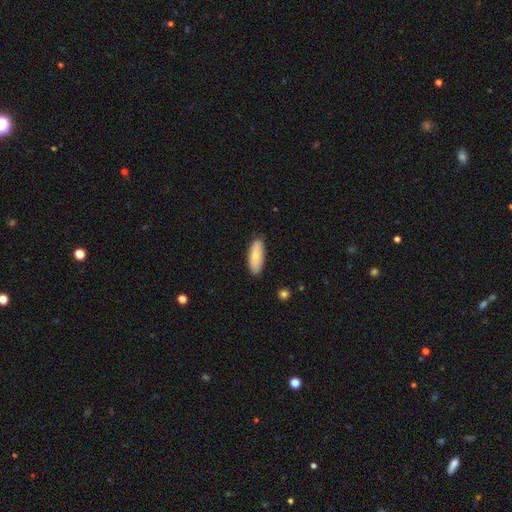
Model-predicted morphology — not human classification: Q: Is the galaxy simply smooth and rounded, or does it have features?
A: smooth — 77%.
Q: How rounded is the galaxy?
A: in between — 73%.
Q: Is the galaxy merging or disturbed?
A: none — 85%.